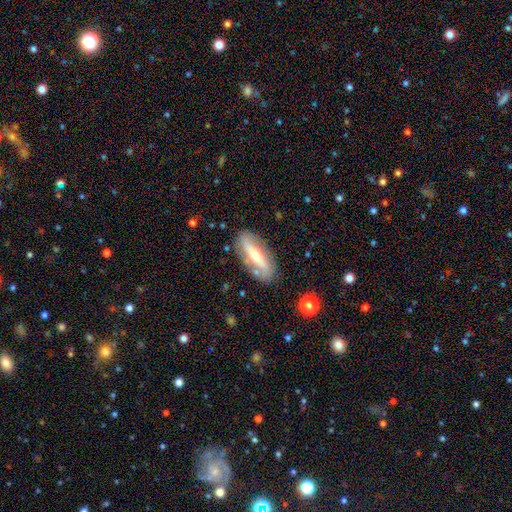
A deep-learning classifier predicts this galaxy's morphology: A featured or disk galaxy (64%).

Vote fractions:
- Smooth or featured? featured or disk: 64% / smooth: 30% / star or artifact: 6%
- Edge-on disk? no: 62% / yes: 38%
- Merging? none: 82% / minor disturbance: 12% / major disturbance: 3% / merger: 2%